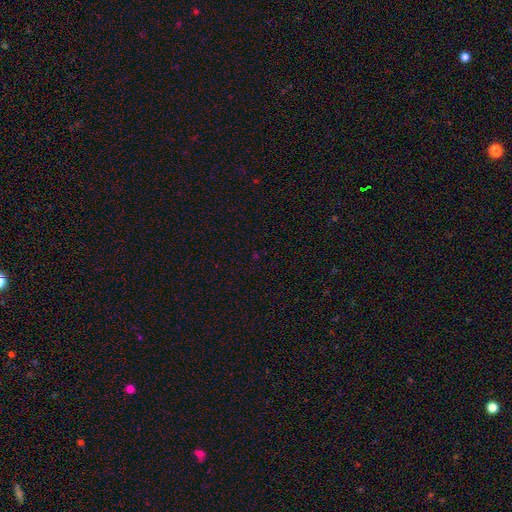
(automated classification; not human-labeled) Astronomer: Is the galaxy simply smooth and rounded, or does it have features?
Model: star or artifact — 66%.